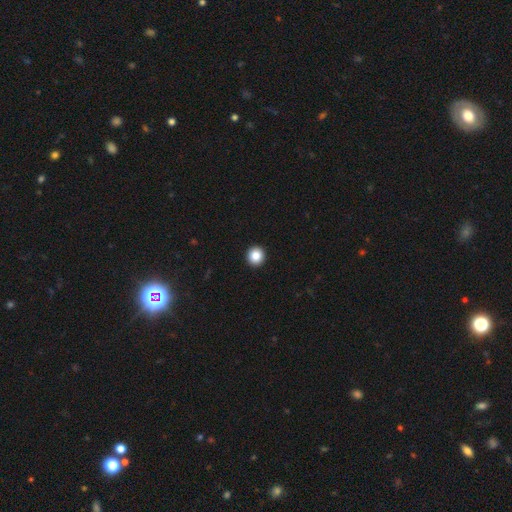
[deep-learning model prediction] Smooth or featured?
  - smooth: 86% *
  - star or artifact: 9%
  - featured or disk: 5%
How rounded?
  - round: 94% *
  - in between: 5%
  - cigar-shaped: 1%
Merging?
  - none: 94% *
  - minor disturbance: 4%
  - major disturbance: 1%
  - merger: 1%